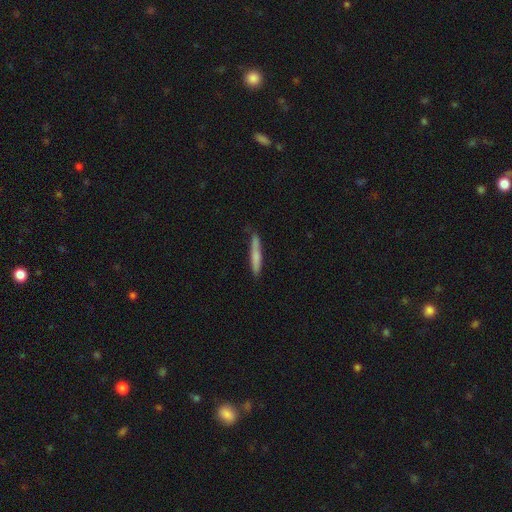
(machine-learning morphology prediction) type=smooth (71%); roundness=cigar-shaped (94%); merging=none (77%).